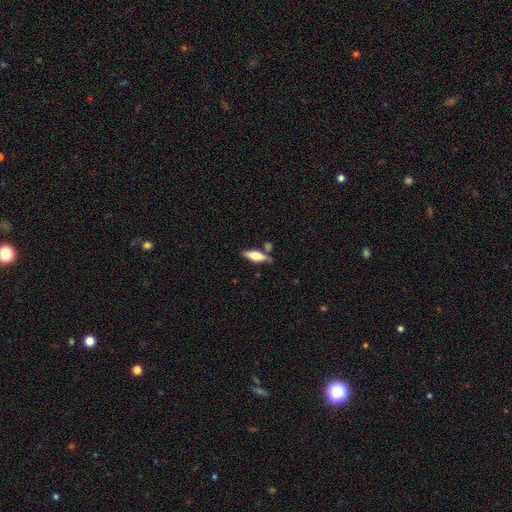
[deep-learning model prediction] A smooth galaxy with no disk features (57%) that is in between round and cigar-shaped (57%). Merging: none (66%).